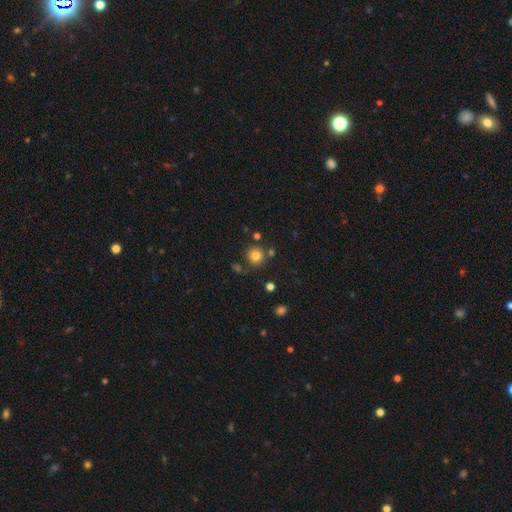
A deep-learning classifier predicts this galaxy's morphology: smooth_or_featured: smooth (p=0.80) [alt: star or artifact p=0.13]
how_rounded: round (p=0.92) [alt: in between p=0.07]
merging: none (p=0.78) [alt: minor disturbance p=0.10]